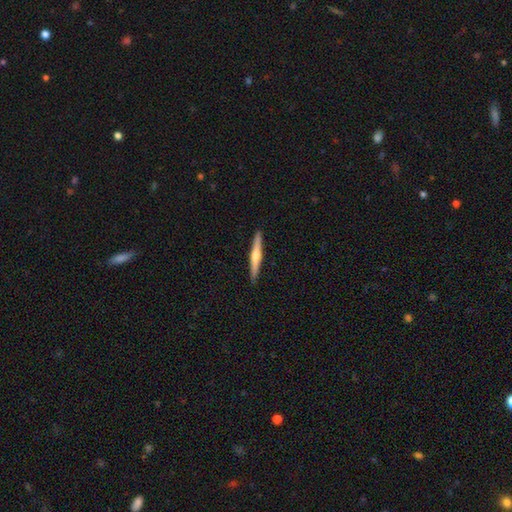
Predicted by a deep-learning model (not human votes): Smooth or featured? featured or disk (64%)
Edge-on disk? yes (98%)
Edge-on bulge? rounded (87%)
Merging? none (92%)